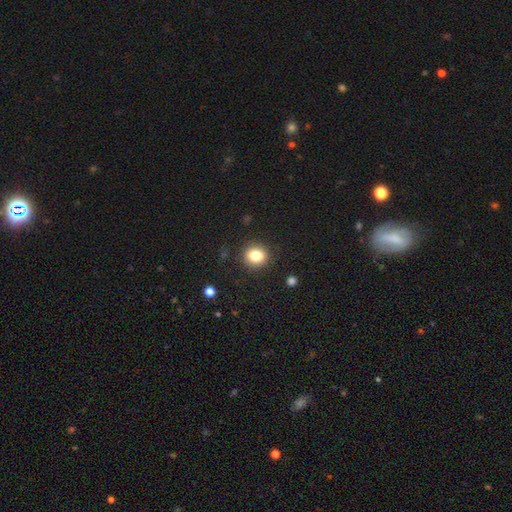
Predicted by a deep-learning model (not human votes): smooth 82%, star or artifact 11%, featured or disk 7%. Down the decision tree: how rounded — round (79%); merging — none (89%).